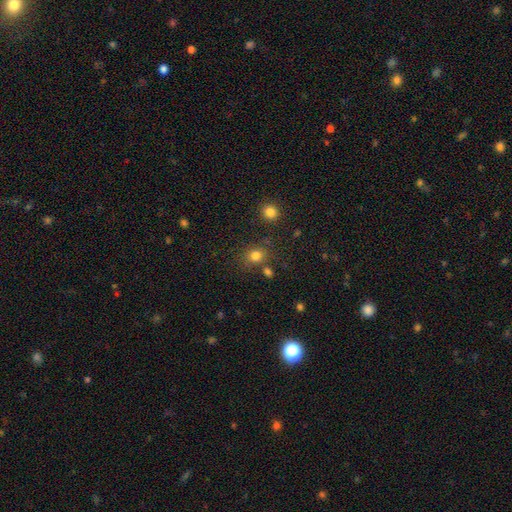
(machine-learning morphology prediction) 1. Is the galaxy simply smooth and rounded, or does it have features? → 79% smooth, 15% star or artifact, 6% featured or disk.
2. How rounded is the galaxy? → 71% round, 28% in between, 1% cigar-shaped.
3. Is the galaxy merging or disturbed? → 72% none, 12% minor disturbance, 11% merger, 5% major disturbance.